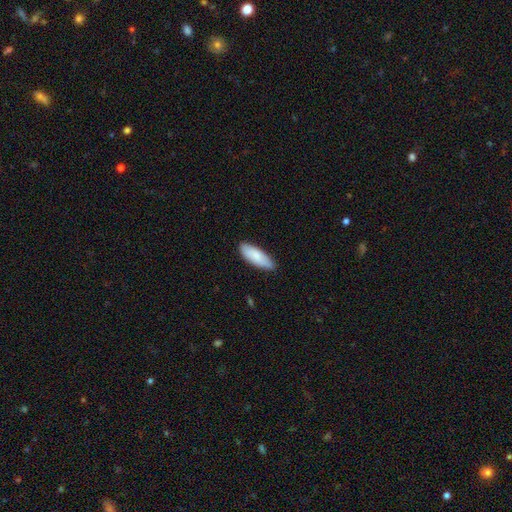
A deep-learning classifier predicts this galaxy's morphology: Smooth or featured? Predicted: smooth (p=0.83). How rounded? Predicted: in between (p=0.69). Merging? Predicted: none (p=0.83).